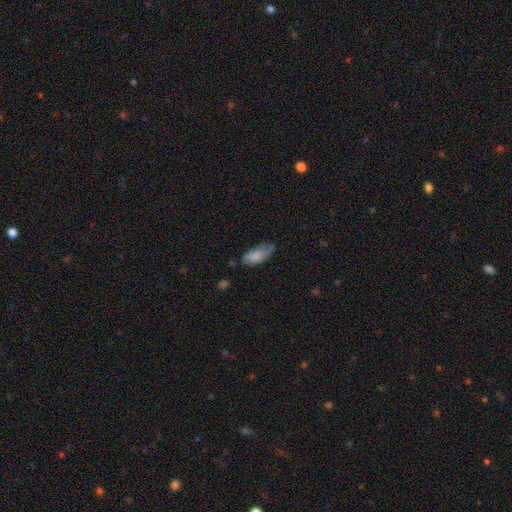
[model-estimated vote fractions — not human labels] The model was most divided on "merging": none: 51%, minor disturbance: 35%, major disturbance: 11%, merger: 3%. More confident: how rounded — in between (87%); smooth or featured — smooth (76%).